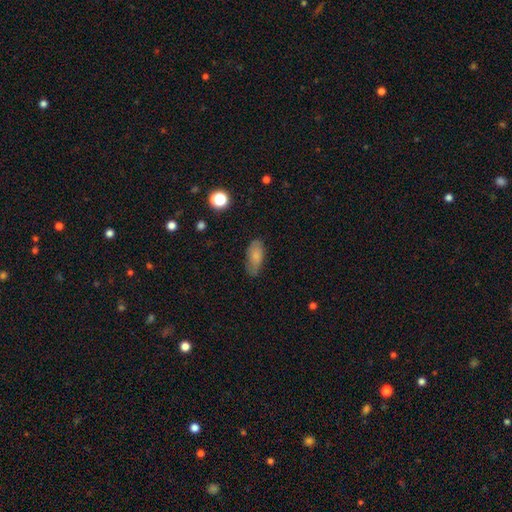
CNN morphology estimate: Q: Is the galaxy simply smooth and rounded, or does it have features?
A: smooth — 76%.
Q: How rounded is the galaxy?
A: in between — 86%.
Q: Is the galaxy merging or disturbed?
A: none — 72%.